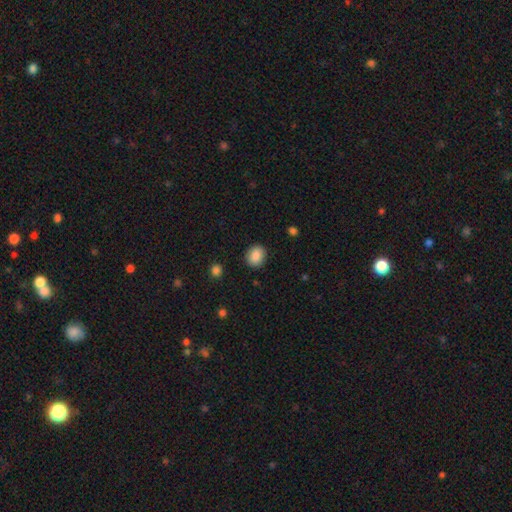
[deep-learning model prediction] The model was most divided on "how rounded": round: 64%, in between: 36%, cigar-shaped: 1%. More confident: merging — none (88%); smooth or featured — smooth (88%).